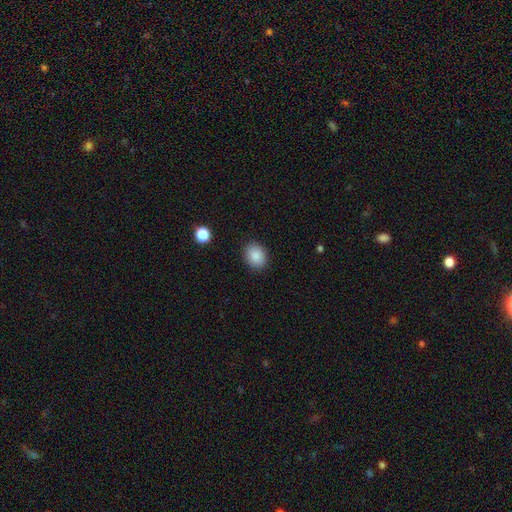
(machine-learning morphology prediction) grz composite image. It shows a smooth galaxy with no disk features (87%) that is round (51%). Merging: none (88%).